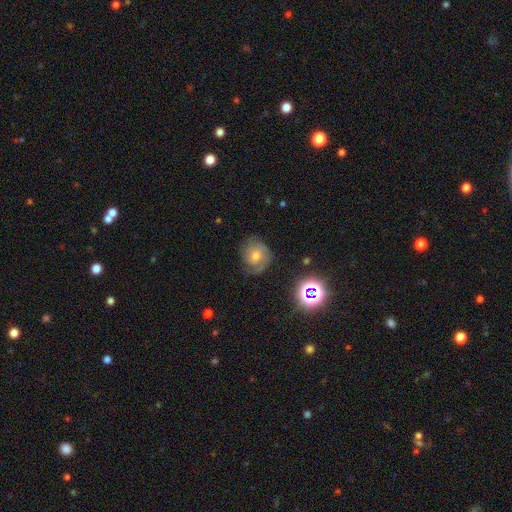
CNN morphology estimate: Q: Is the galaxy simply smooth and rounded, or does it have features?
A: featured or disk — 62%.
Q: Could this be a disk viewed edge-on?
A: no — 97%.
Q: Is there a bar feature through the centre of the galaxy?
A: no — 74%.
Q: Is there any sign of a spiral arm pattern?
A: yes — 91%.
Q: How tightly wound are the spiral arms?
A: tight — 52%.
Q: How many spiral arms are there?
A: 2 — 35%.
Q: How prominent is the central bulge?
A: moderate — 54%.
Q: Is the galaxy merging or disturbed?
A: none — 68%.